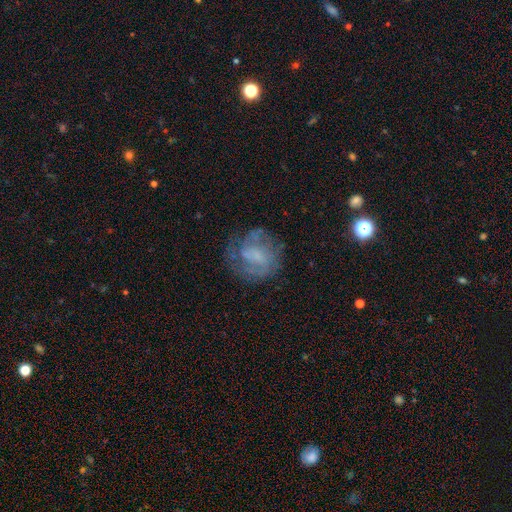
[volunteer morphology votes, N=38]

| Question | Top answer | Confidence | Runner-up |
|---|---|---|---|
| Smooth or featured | featured or disk | 79% | smooth (18%) |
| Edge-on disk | no | 97% | yes (3%) |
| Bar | no | 55% | weak (41%) |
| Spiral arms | yes | 72% | no (28%) |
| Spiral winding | medium | 48% | tight (38%) |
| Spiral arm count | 2 | 38% | can't tell (33%) |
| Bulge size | small | 41% | none (38%) |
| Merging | none | 76% | minor disturbance (16%) |